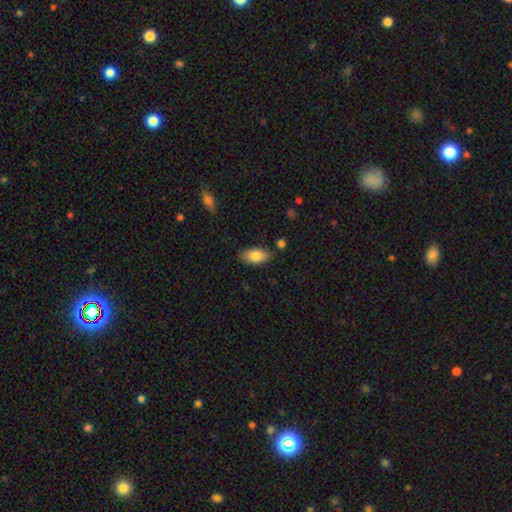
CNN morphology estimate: This appears to be a smooth galaxy with no disk features (83%) that is in between round and cigar-shaped (92%). Merging: none (82%).